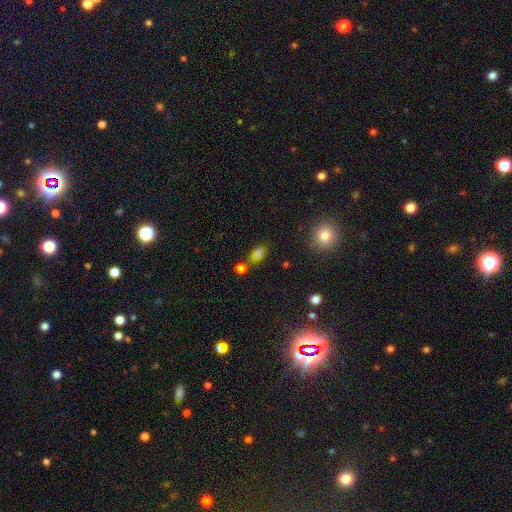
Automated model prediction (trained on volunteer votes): A smooth galaxy with no disk features (64%) that is in between round and cigar-shaped (69%). Merging: none (47%).